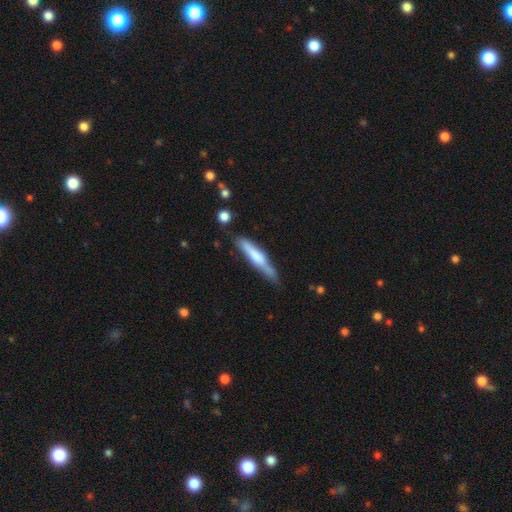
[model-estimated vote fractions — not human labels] This is possibly a smooth galaxy (55%). How rounded: clearly cigar-shaped (88%). Merging: likely none (60%).